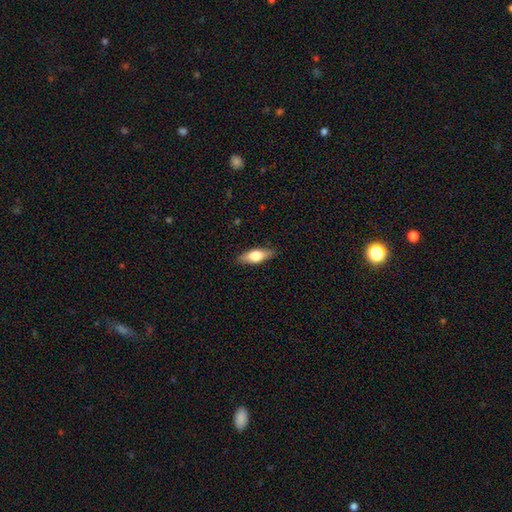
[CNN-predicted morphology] smooth 54%, featured or disk 40%, star or artifact 7%. Down the decision tree: how rounded — in between (63%); merging — none (86%).